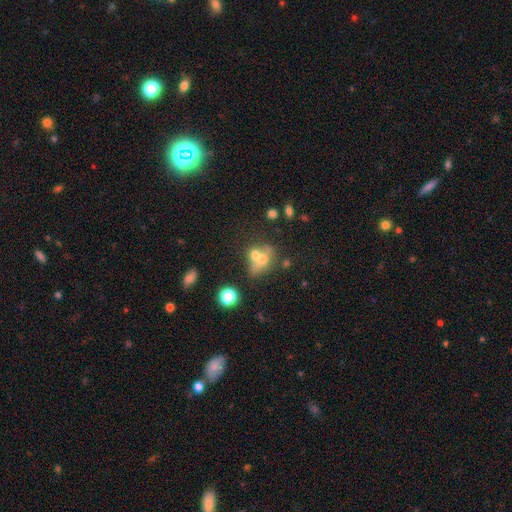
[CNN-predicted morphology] Smooth or featured? Predicted: smooth (p=0.53). How rounded? Predicted: round (p=0.51). Merging? Predicted: merger (p=0.53).